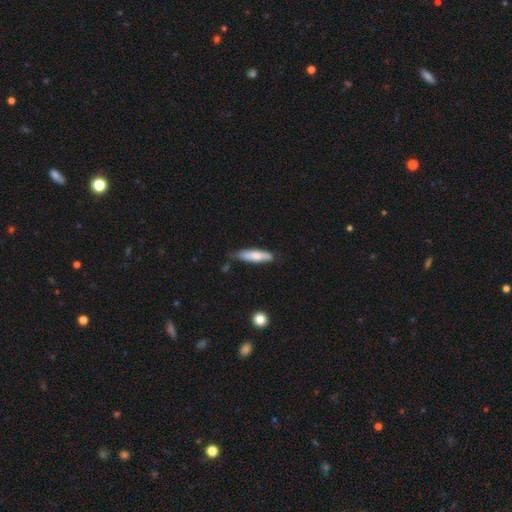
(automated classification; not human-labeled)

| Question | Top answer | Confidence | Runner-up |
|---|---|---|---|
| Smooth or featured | smooth | 72% | featured or disk (23%) |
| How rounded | cigar-shaped | 74% | in between (24%) |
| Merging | none | 70% | minor disturbance (23%) |